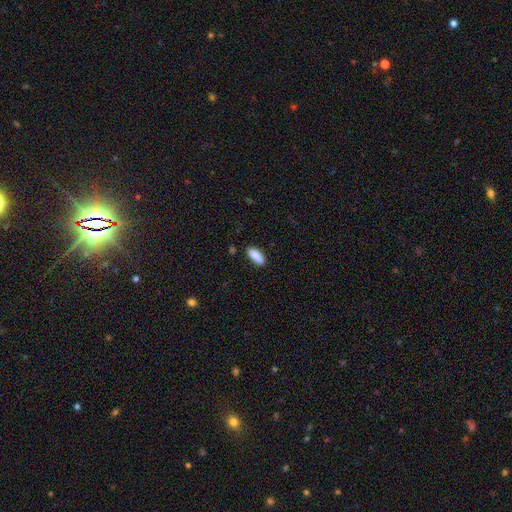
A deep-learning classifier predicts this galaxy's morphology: Smooth or featured: smooth — 88% (star or artifact — 7%)
How rounded: in between — 69% (cigar-shaped — 29%)
Merging: none — 81% (minor disturbance — 14%)